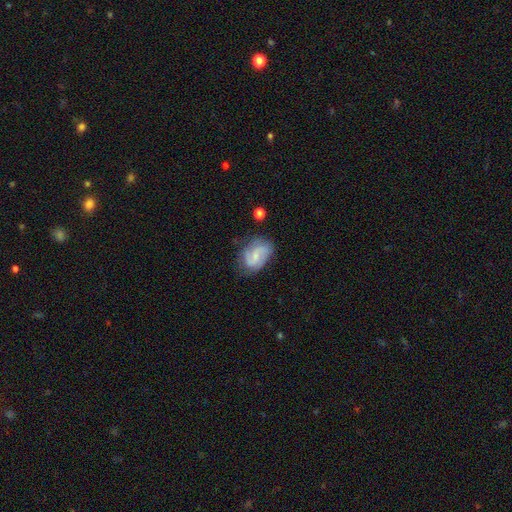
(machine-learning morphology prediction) Smooth or featured? Predicted: featured or disk (p=0.68). Edge-on disk? Predicted: no (p=0.98). Bar? Predicted: weak (p=0.49). Spiral arms? Predicted: yes (p=0.91). Spiral winding? Predicted: medium (p=0.45). Spiral arm count? Predicted: 2 (p=0.71). Bulge size? Predicted: small (p=0.60). Merging? Predicted: none (p=0.65).